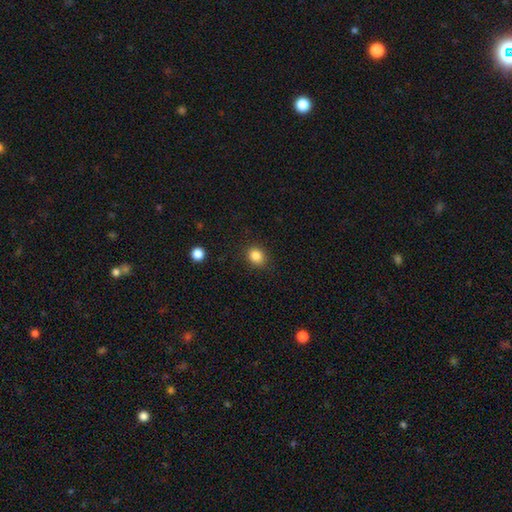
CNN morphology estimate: This is clearly a smooth galaxy (86%). How rounded: likely round (62%). Merging: clearly none (86%).